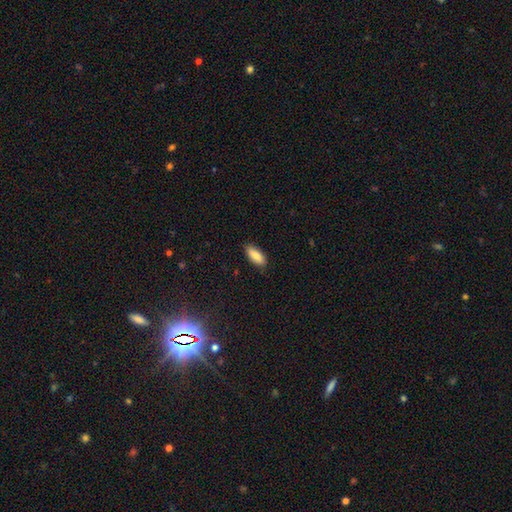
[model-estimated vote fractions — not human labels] A smooth galaxy with no disk features (85%) that is in between round and cigar-shaped (83%).

Vote fractions:
- Smooth or featured? smooth: 85% / featured or disk: 8% / star or artifact: 7%
- How rounded? in between: 83% / cigar-shaped: 16% / round: 2%
- Merging? none: 84% / minor disturbance: 13% / major disturbance: 2% / merger: 1%